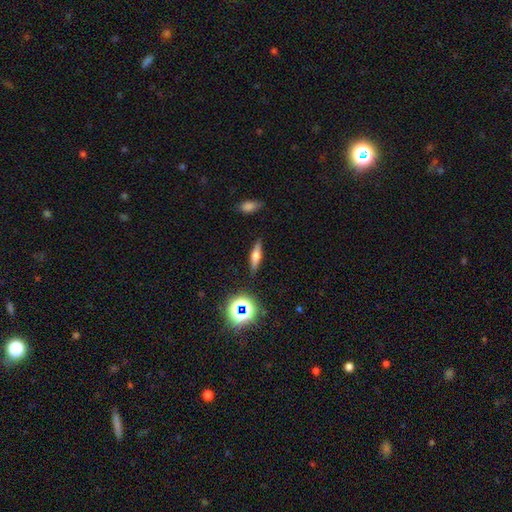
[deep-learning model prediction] This appears to be a smooth galaxy with no disk features (49%). Merging: none (86%).